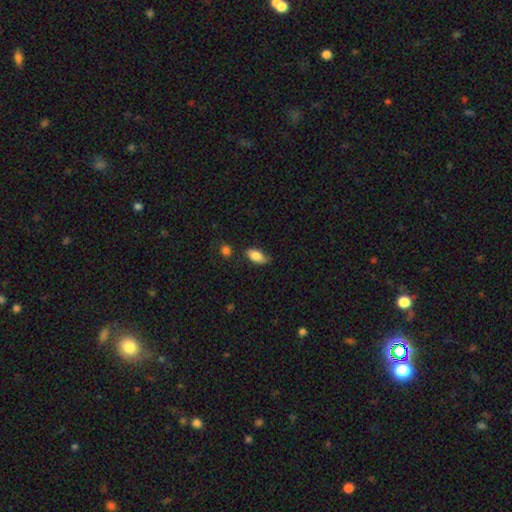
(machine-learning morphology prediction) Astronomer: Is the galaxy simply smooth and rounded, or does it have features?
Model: smooth — 82%.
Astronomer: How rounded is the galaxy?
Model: in between — 90%.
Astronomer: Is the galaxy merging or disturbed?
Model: none — 62%.